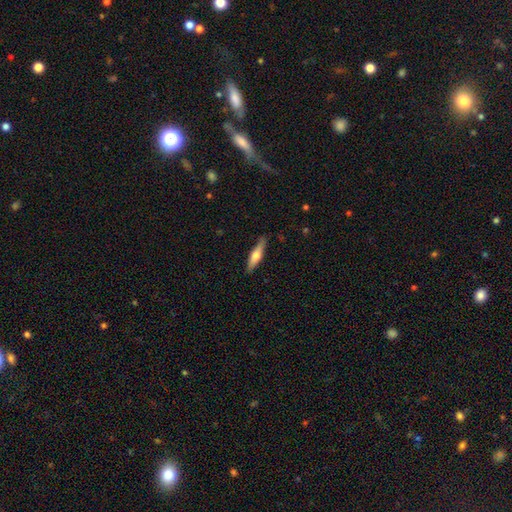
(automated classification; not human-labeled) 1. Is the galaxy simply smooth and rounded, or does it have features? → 52% smooth, 43% featured or disk, 6% star or artifact.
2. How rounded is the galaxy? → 73% cigar-shaped, 25% in between, 2% round.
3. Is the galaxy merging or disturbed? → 85% none, 12% minor disturbance, 2% major disturbance, 1% merger.